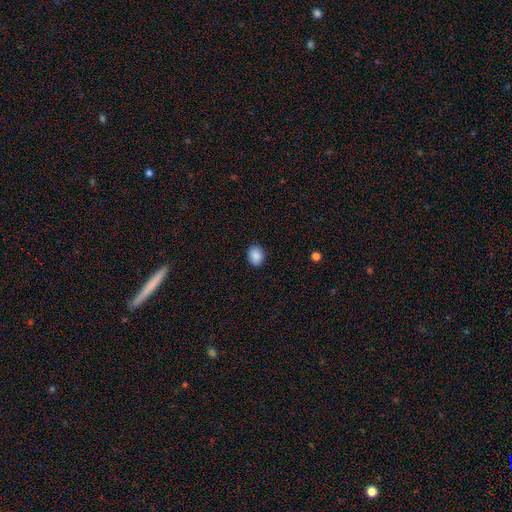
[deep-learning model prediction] This is clearly a smooth galaxy (88%). How rounded: possibly in between (59%). Merging: clearly none (89%).